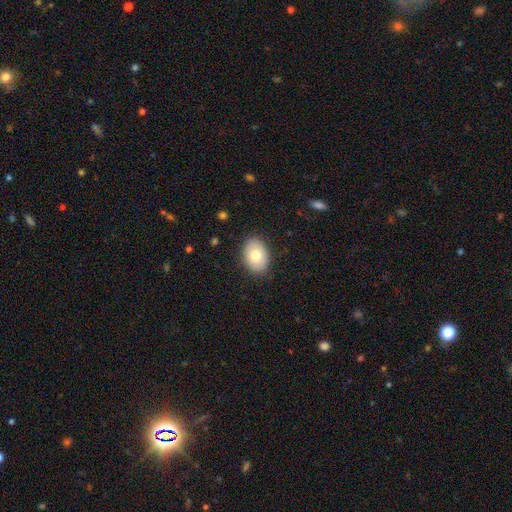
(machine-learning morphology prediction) This appears to be a smooth galaxy with no disk features (78%) that is in between round and cigar-shaped (81%). Merging: none (88%).